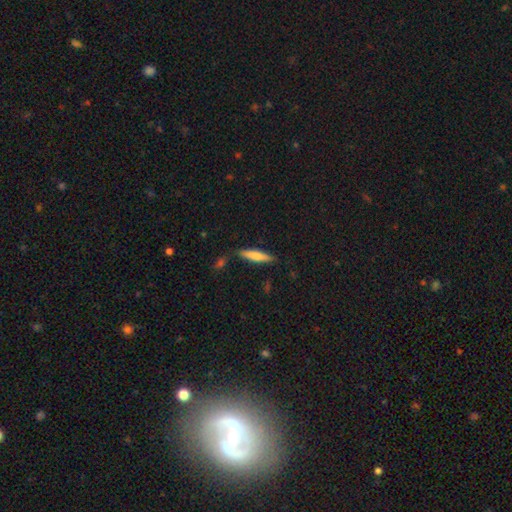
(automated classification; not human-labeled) Smooth or featured? smooth (70%)
How rounded? cigar-shaped (80%)
Merging? none (81%)